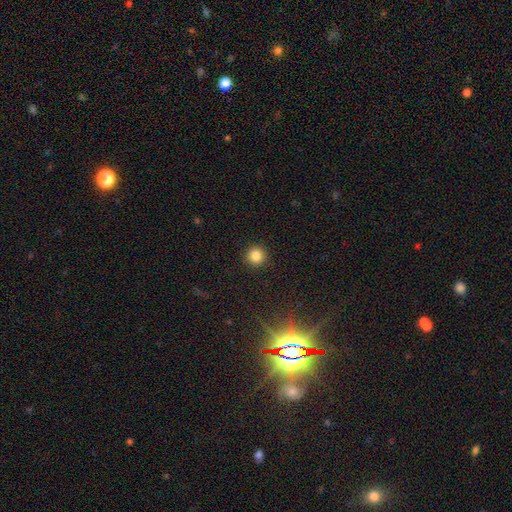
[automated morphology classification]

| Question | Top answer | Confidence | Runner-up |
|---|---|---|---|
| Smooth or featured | smooth | 84% | star or artifact (12%) |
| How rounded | round | 95% | in between (4%) |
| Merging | none | 93% | minor disturbance (5%) |